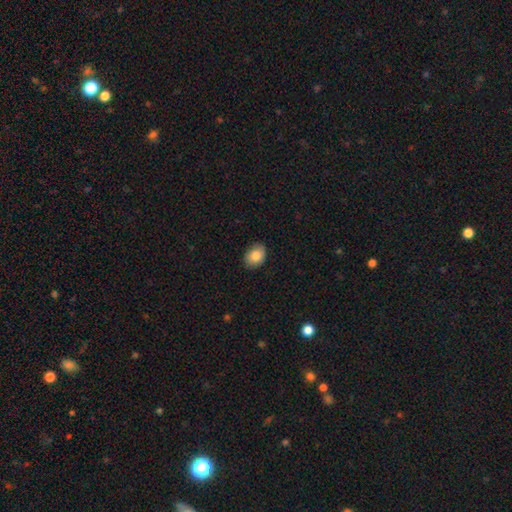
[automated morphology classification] Smooth or featured: smooth — 83% (featured or disk — 9%)
How rounded: in between — 70% (round — 29%)
Merging: none — 83% (minor disturbance — 13%)